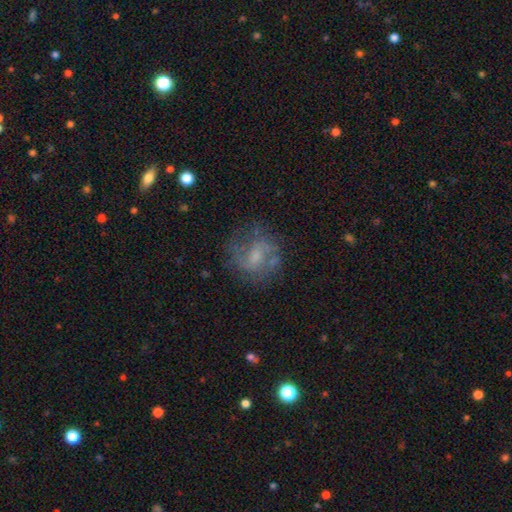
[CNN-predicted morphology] Smooth or featured? Predicted: featured or disk (p=0.64). Edge-on disk? Predicted: no (p=0.97). Bar? Predicted: weak (p=0.47). Spiral arms? Predicted: yes (p=0.80). Bulge size? Predicted: small (p=0.42). Merging? Predicted: none (p=0.64).